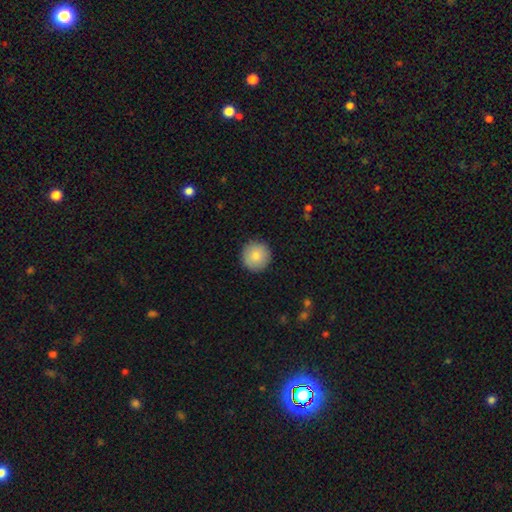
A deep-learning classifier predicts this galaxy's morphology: This is clearly a smooth galaxy (86%). How rounded: clearly round (96%). Merging: clearly none (91%).